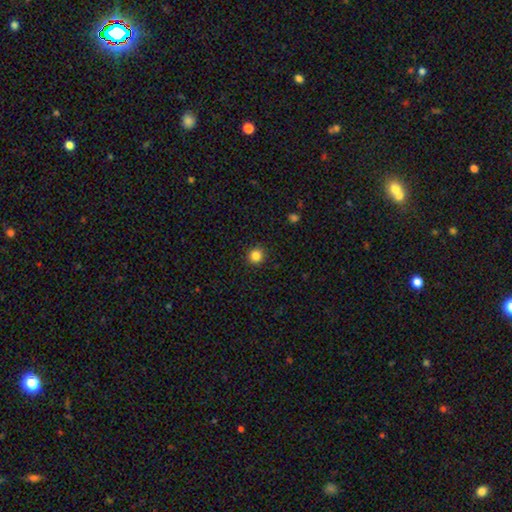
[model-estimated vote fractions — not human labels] This appears to be a smooth galaxy with no disk features (84%) that is round (94%). Merging: none (92%).